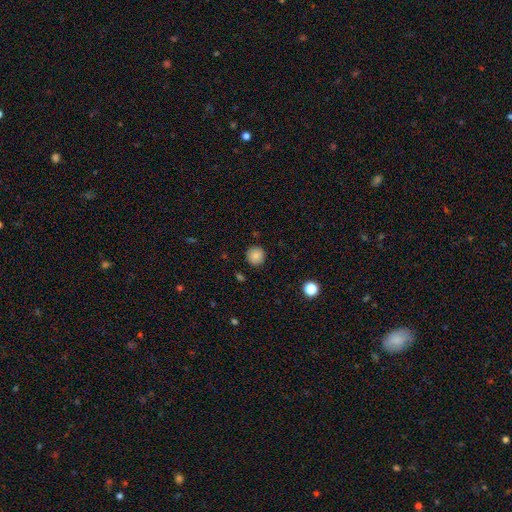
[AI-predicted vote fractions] Smooth or featured? smooth (85%)
How rounded? round (95%)
Merging? none (90%)